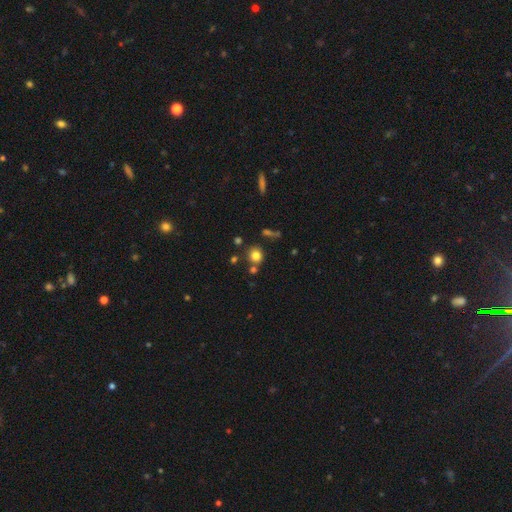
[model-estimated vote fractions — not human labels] Smooth or featured?
  - smooth: 79% *
  - star or artifact: 14%
  - featured or disk: 8%
How rounded?
  - round: 82% *
  - in between: 17%
  - cigar-shaped: 1%
Merging?
  - none: 74% *
  - merger: 12%
  - minor disturbance: 10%
  - major disturbance: 4%